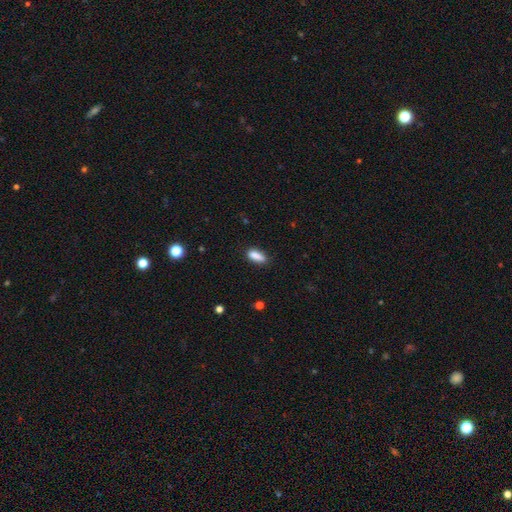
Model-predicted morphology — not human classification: Smooth or featured? Predicted: smooth (p=0.86). How rounded? Predicted: in between (p=0.69). Merging? Predicted: none (p=0.78).